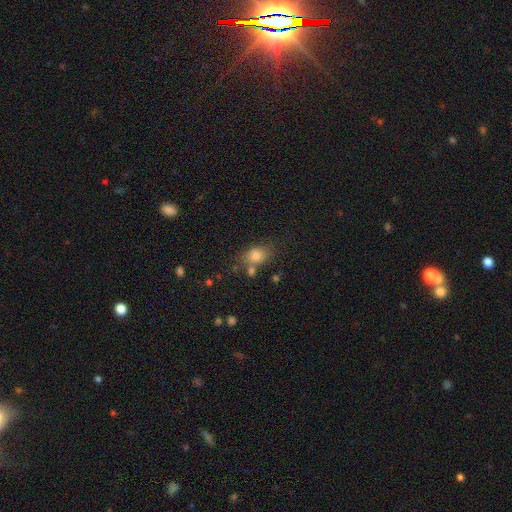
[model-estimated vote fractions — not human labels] A smooth galaxy with no disk features (78%) that is in between round and cigar-shaped (71%).

Vote fractions:
- Smooth or featured? smooth: 78% / star or artifact: 12% / featured or disk: 10%
- How rounded? in between: 71% / round: 28% / cigar-shaped: 2%
- Merging? none: 61% / minor disturbance: 18% / merger: 14% / major disturbance: 6%